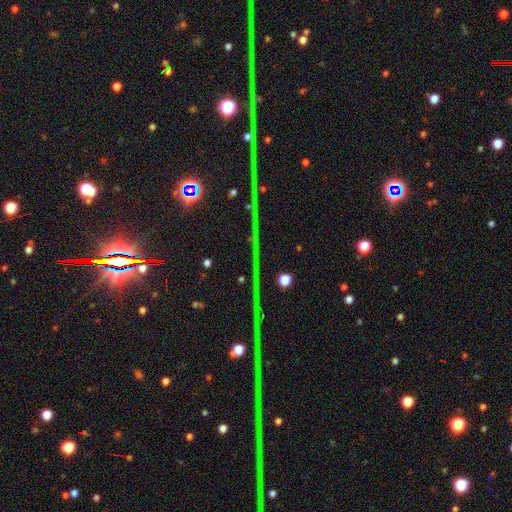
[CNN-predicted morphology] smooth_or_featured: star or artifact (p=0.83) [alt: featured or disk p=0.09]